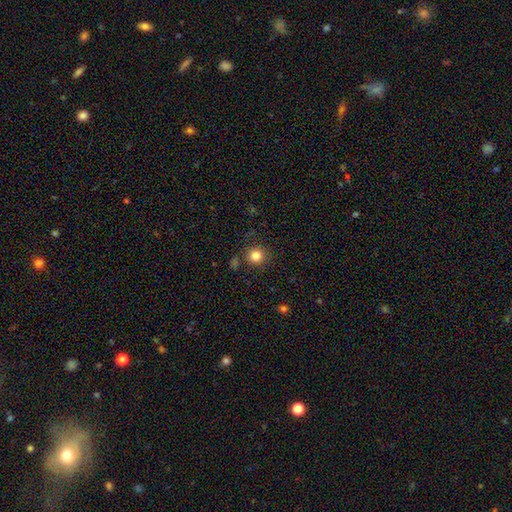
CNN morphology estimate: type=smooth (83%); roundness=round (92%); merging=none (85%).